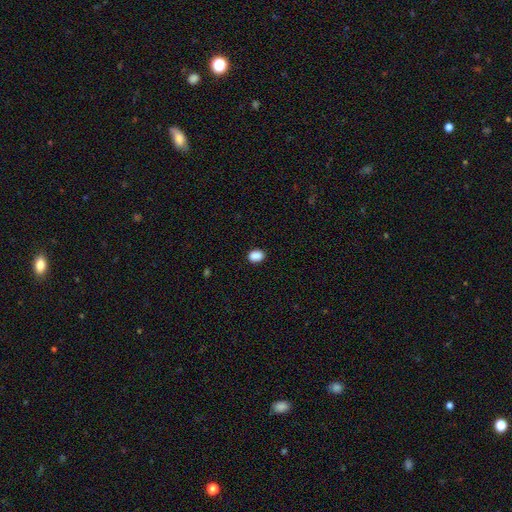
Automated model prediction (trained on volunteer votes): Morphology: type=smooth (89%); roundness=in between (64%); merging=none (89%).